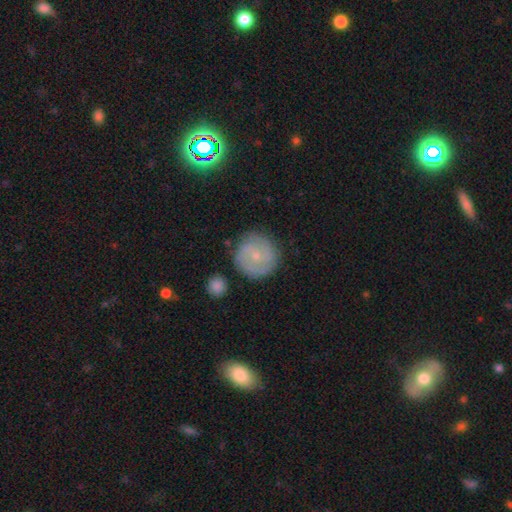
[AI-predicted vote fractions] This is likely a featured or disk galaxy (61%). It is clearly not viewed edge-on (98%). Bar: likely no (67%). Spiral arm pattern: clearly yes (85%). Spiral arm count: possibly 2 (51%). Spiral winding: possibly tight (54%). Central bulge: likely small (78%). Merging: clearly none (82%).